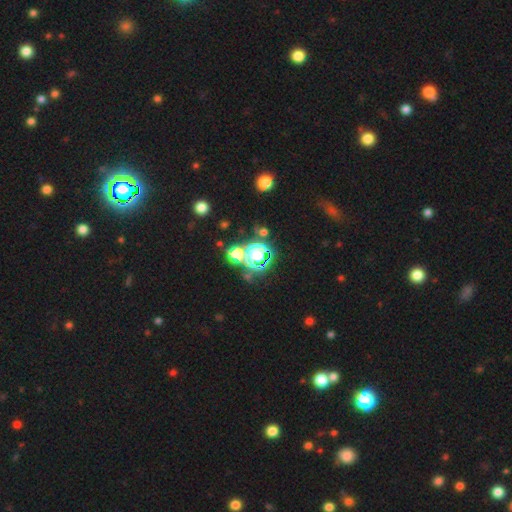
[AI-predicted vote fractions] Q: Smooth or featured?
A: star or artifact (64%); runner-up: smooth (27%)